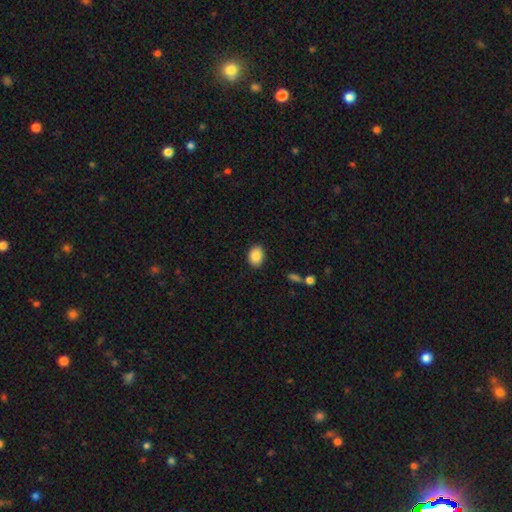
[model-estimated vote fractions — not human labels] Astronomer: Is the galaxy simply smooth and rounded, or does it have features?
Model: smooth — 88%.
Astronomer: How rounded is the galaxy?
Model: in between — 72%.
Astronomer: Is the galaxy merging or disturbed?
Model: none — 88%.